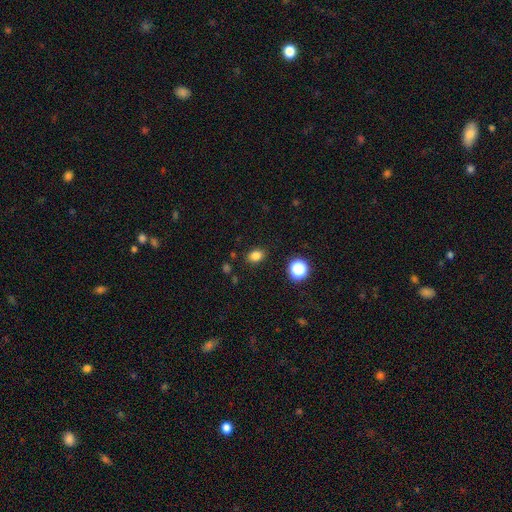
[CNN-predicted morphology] Smooth or featured?
  - smooth: 81% *
  - star or artifact: 14%
  - featured or disk: 5%
How rounded?
  - in between: 66% *
  - round: 32%
  - cigar-shaped: 1%
Merging?
  - none: 86% *
  - minor disturbance: 9%
  - major disturbance: 3%
  - merger: 2%